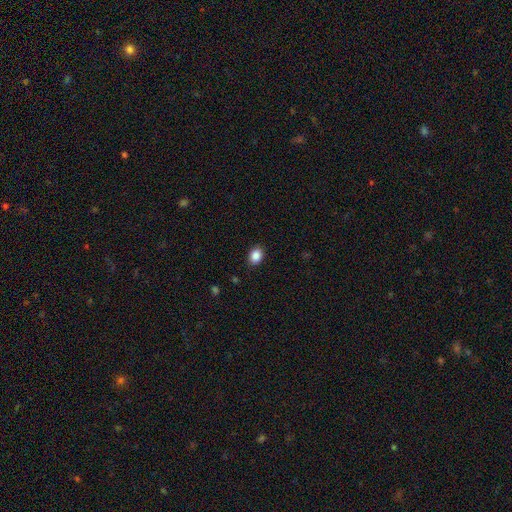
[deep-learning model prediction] Smooth or featured?
  - smooth: 87% *
  - star or artifact: 9%
  - featured or disk: 4%
How rounded?
  - in between: 65% *
  - round: 34%
  - cigar-shaped: 1%
Merging?
  - none: 88% *
  - minor disturbance: 9%
  - major disturbance: 2%
  - merger: 1%